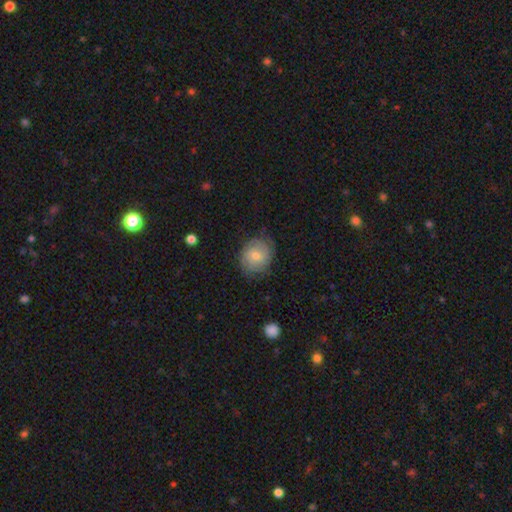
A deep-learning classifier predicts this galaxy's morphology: Q: Smooth or featured?
A: smooth (51%); runner-up: featured or disk (41%)
Q: How rounded?
A: round (65%); runner-up: in between (34%)
Q: Merging?
A: none (77%); runner-up: minor disturbance (17%)